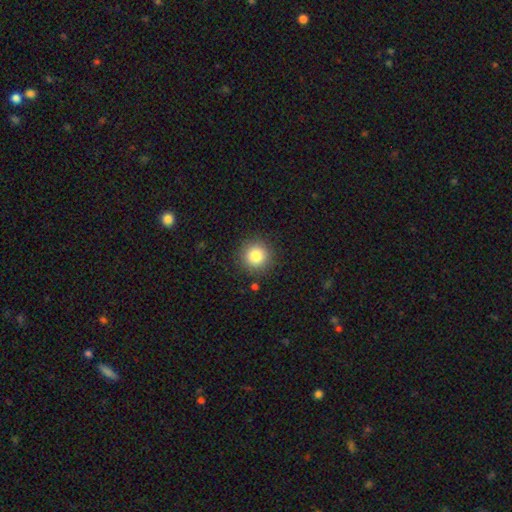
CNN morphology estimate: smooth_or_featured: smooth (p=0.83) [alt: star or artifact p=0.10]
how_rounded: round (p=0.95) [alt: in between p=0.04]
merging: none (p=0.89) [alt: minor disturbance p=0.07]